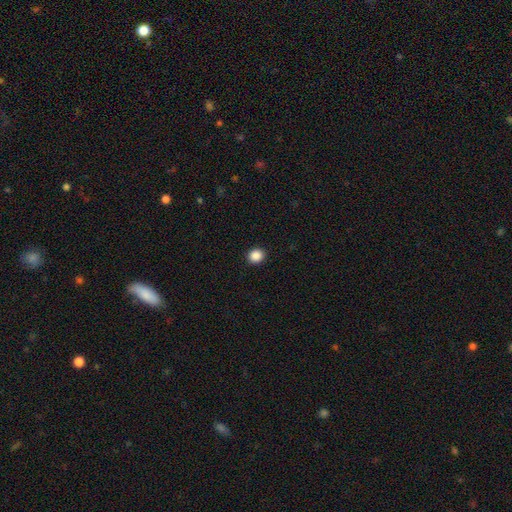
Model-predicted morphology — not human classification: smooth_or_featured: smooth (p=0.87) [alt: star or artifact p=0.10]
how_rounded: round (p=0.78) [alt: in between p=0.21]
merging: none (p=0.92) [alt: minor disturbance p=0.05]